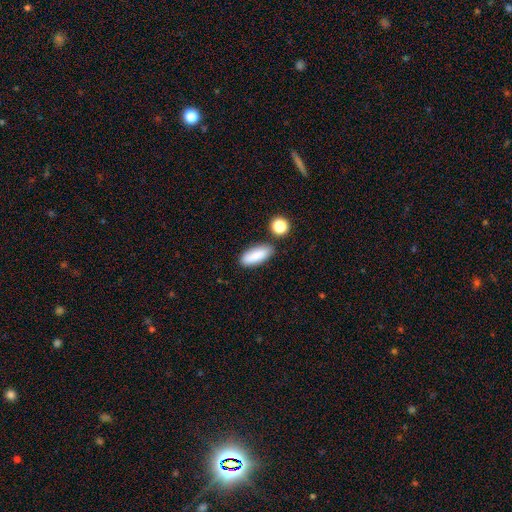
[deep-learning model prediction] Smooth or featured: smooth — 87% (star or artifact — 7%)
How rounded: in between — 74% (cigar-shaped — 23%)
Merging: none — 79% (minor disturbance — 11%)